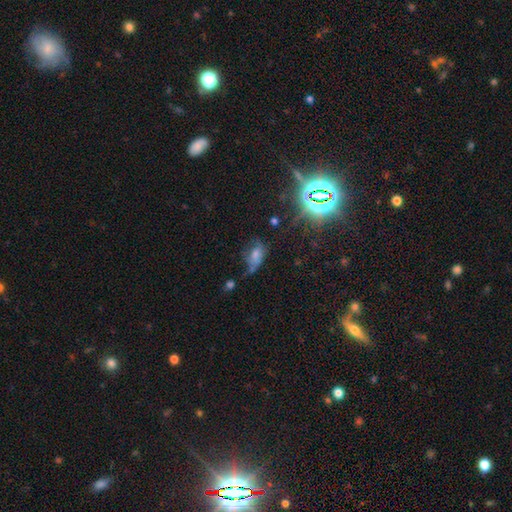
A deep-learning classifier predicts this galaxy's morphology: smooth 53%, featured or disk 24%, star or artifact 23%. Down the decision tree: how rounded — in between (85%); merging — none (32%).